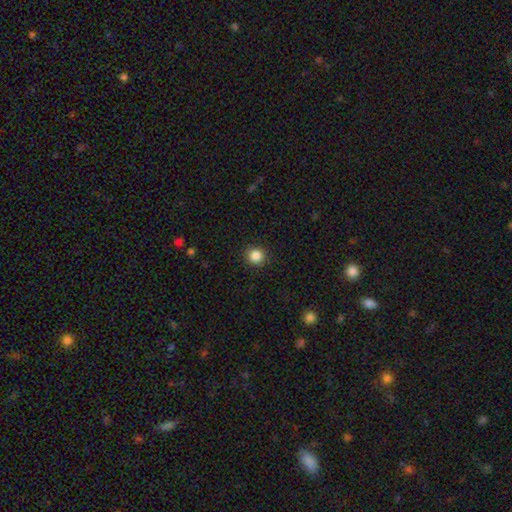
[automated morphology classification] This is clearly a smooth galaxy (86%). How rounded: clearly round (92%). Merging: clearly none (91%).